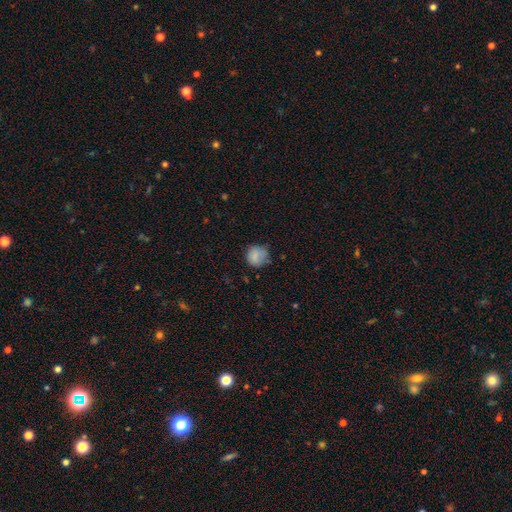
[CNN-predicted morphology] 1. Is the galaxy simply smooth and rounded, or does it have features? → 82% smooth, 9% star or artifact, 9% featured or disk.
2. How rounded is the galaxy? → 83% round, 16% in between, 1% cigar-shaped.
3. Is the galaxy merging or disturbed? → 65% none, 26% minor disturbance, 7% major disturbance, 2% merger.